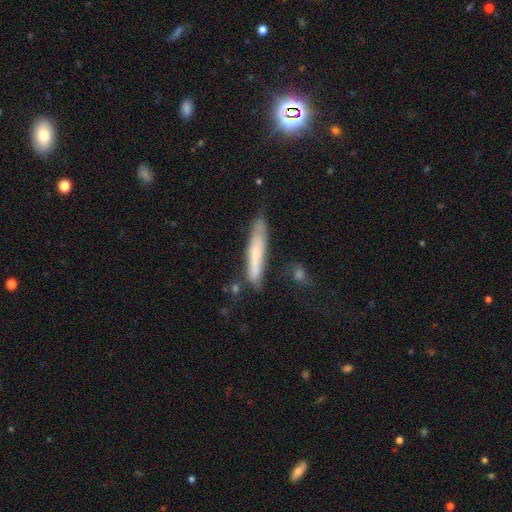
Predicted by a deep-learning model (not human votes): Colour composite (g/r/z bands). It shows a smooth galaxy with no disk features (60%) that is cigar-shaped (92%). Merging: none (70%).